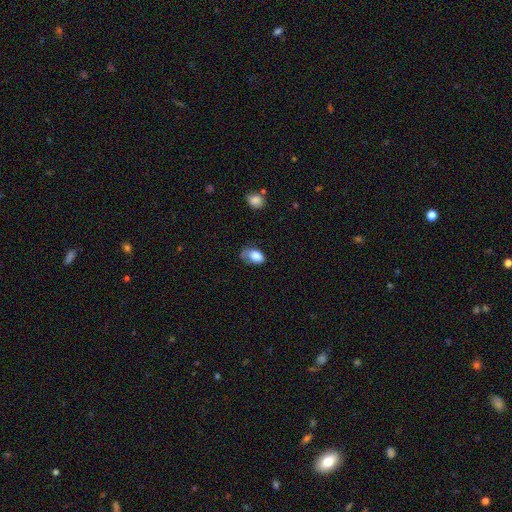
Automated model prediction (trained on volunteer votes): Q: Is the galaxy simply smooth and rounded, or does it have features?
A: smooth — 80%.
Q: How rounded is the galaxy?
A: in between — 85%.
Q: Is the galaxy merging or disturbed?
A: none — 41%.